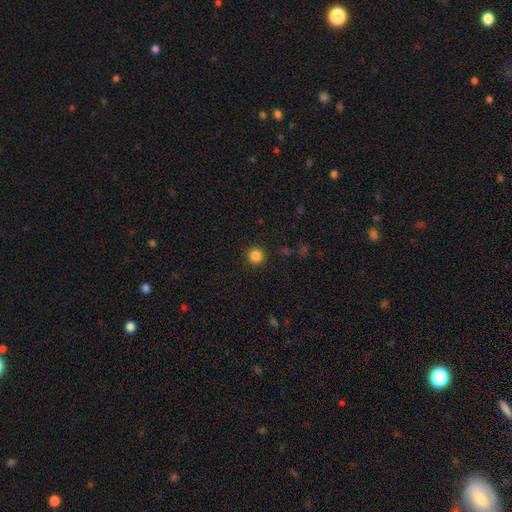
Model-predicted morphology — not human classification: This is clearly a smooth galaxy (85%). How rounded: clearly round (95%). Merging: clearly none (91%).